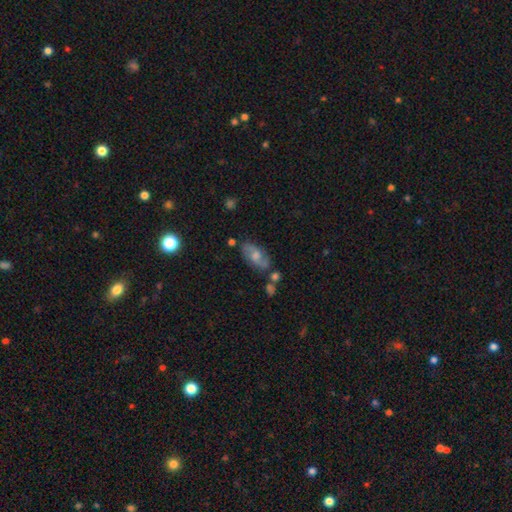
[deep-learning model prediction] This appears to be a featured or disk galaxy (51%). Merging: none (70%).